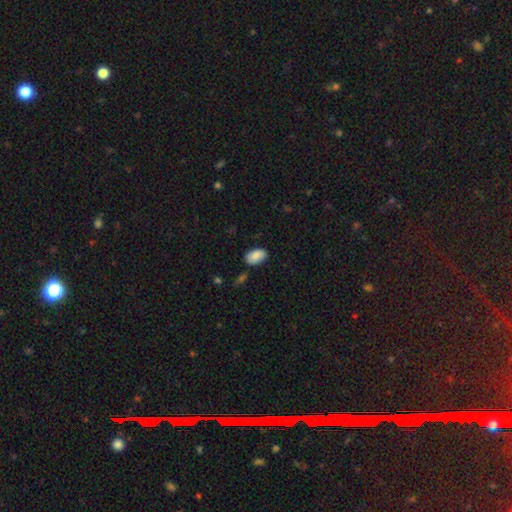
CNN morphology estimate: A smooth galaxy with no disk features (84%) that is in between round and cigar-shaped (93%). Merging: none (80%).